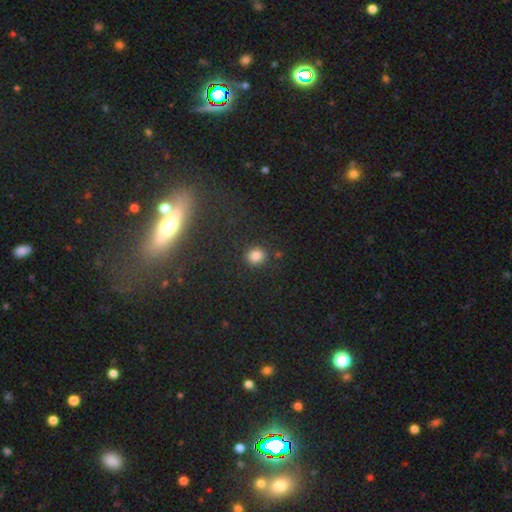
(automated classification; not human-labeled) Morphology: type=smooth (81%); roundness=round (78%); merging=none (84%).